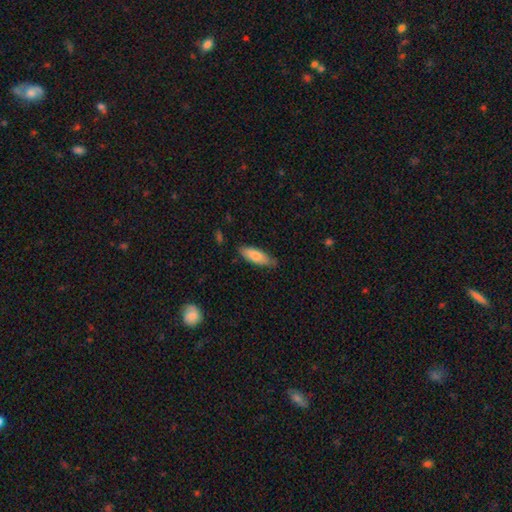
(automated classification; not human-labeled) Smooth or featured? Predicted: smooth (p=0.80). How rounded? Predicted: in between (p=0.64). Merging? Predicted: none (p=0.75).